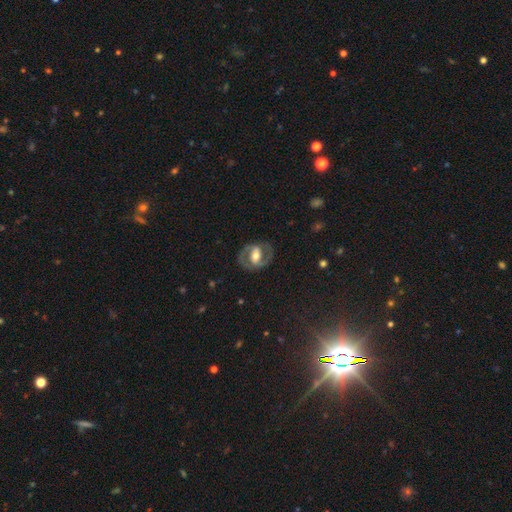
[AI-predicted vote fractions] featured or disk 74%, smooth 20%, star or artifact 6%. Down the decision tree: edge-on disk — no (95%); bar — strong (40%); spiral arms — yes (75%); spiral arm count — 2 (87%); spiral winding — medium (51%); bulge size — moderate (60%); merging — none (78%).